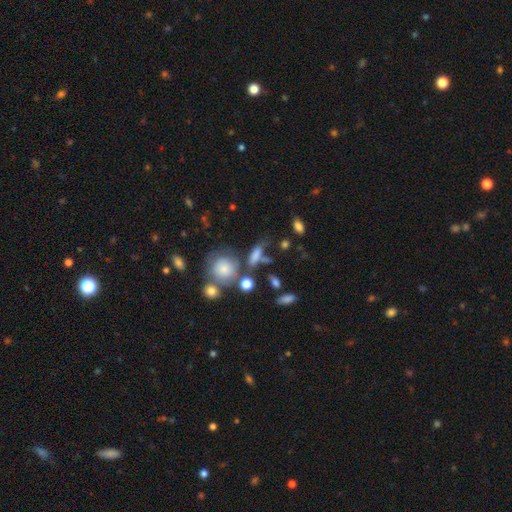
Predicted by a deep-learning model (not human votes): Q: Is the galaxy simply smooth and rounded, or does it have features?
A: smooth — 68%.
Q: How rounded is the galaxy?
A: in between — 53%.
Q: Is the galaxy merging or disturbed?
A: none — 42%.